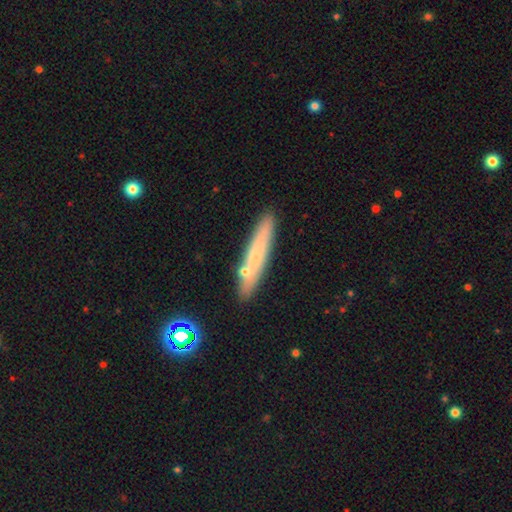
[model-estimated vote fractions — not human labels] The model was most divided on "smooth or featured": smooth: 59%, featured or disk: 32%, star or artifact: 9%. More confident: how rounded — cigar-shaped (92%); merging — none (82%).